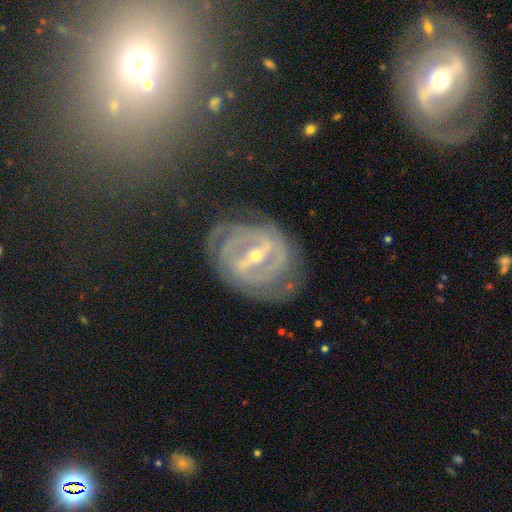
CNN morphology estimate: Smooth or featured?
  - featured or disk: 88% *
  - smooth: 6%
  - star or artifact: 5%
Edge-on disk?
  - no: 95% *
  - yes: 5%
Bar?
  - strong: 70% *
  - weak: 23%
  - no: 7%
Spiral arms?
  - yes: 91% *
  - no: 9%
Spiral winding?
  - tight: 63% *
  - medium: 29%
  - loose: 8%
Spiral arm count?
  - 2: 43% *
  - can't tell: 26%
  - 3: 15%
  - 4: 8%
  - 1: 5%
  - more than 4: 4%
Bulge size?
  - small: 63% *
  - moderate: 34%
  - large: 1%
  - none: 1%
  - dominant: 1%
Merging?
  - none: 68% *
  - minor disturbance: 19%
  - major disturbance: 11%
  - merger: 2%